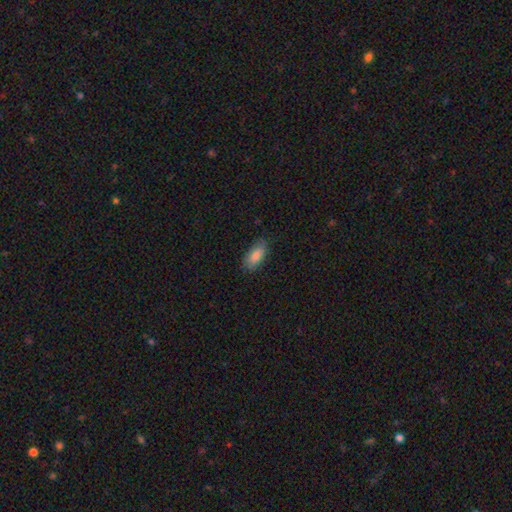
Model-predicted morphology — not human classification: Overall: smooth (86%). How rounded: in between (86%). Merging: none (83%).